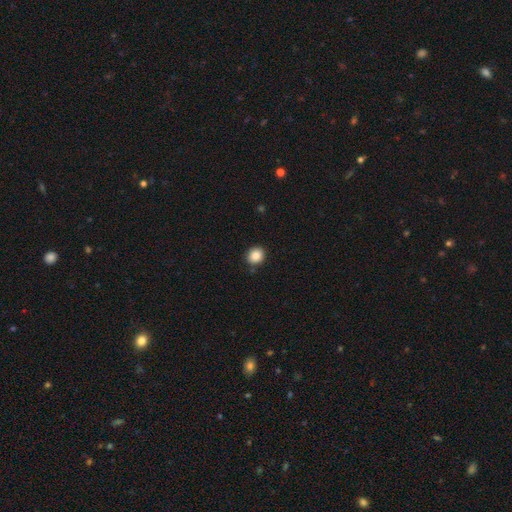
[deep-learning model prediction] This appears to be a smooth galaxy with no disk features (86%) that is round (76%). Merging: none (88%).